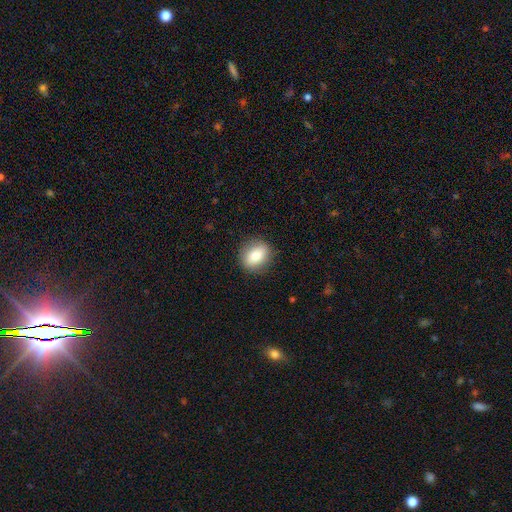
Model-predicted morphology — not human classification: Overall: smooth (77%). How rounded: round (52%; in between 46%). Merging: none (87%).